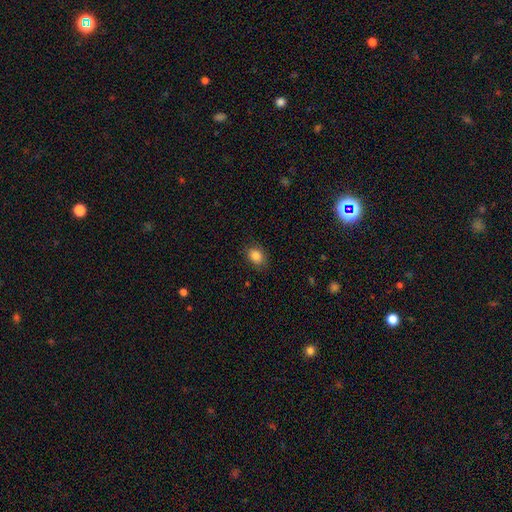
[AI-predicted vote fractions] Smooth or featured?
  - smooth: 85% *
  - star or artifact: 9%
  - featured or disk: 5%
How rounded?
  - in between: 63% *
  - round: 36%
  - cigar-shaped: 1%
Merging?
  - none: 83% *
  - minor disturbance: 13%
  - major disturbance: 3%
  - merger: 1%